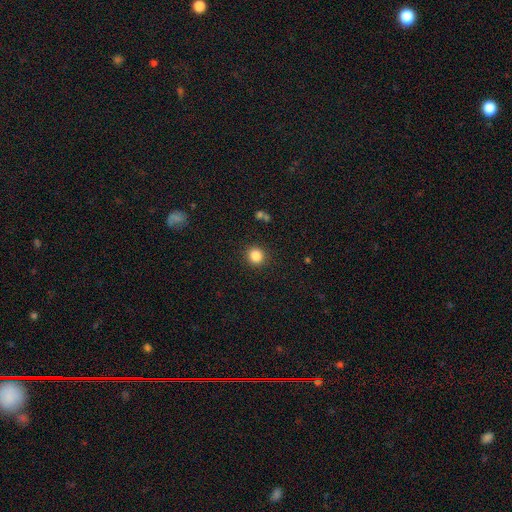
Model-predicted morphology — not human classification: smooth_or_featured: smooth (p=0.85) [alt: star or artifact p=0.11]
how_rounded: round (p=0.89) [alt: in between p=0.10]
merging: none (p=0.90) [alt: minor disturbance p=0.06]